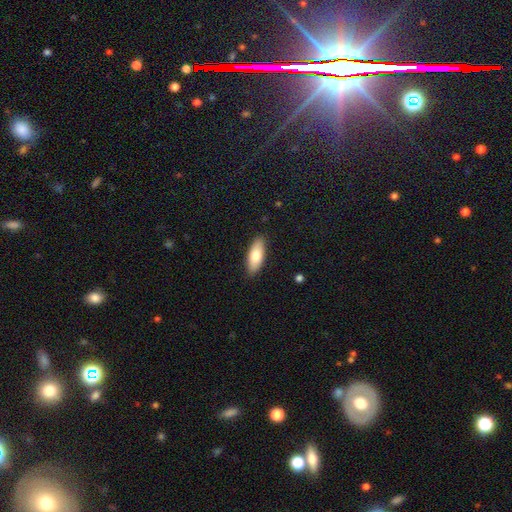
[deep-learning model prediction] Overall: smooth (77%). How rounded: in between (75%). Merging: none (88%).